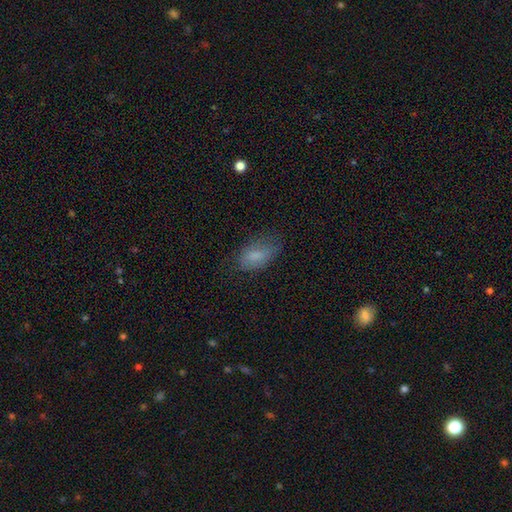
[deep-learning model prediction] The model was most divided on "merging": none: 62%, minor disturbance: 26%, major disturbance: 10%, merger: 1%. More confident: how rounded — in between (91%); smooth or featured — smooth (77%).